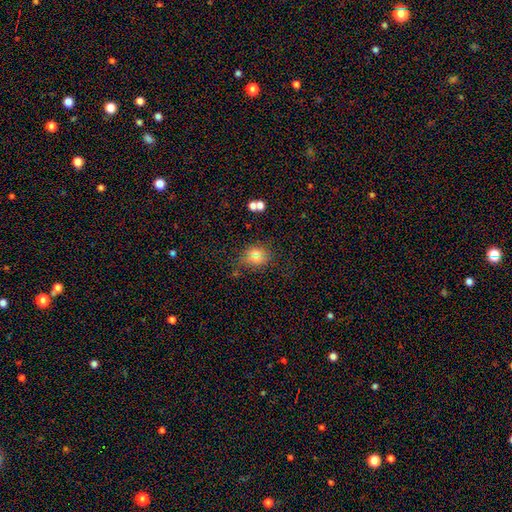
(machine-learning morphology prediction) A smooth galaxy with no disk features (66%) that is round (53%).

Vote fractions:
- Smooth or featured? smooth: 66% / star or artifact: 19% / featured or disk: 14%
- How rounded? round: 53% / in between: 44% / cigar-shaped: 3%
- Merging? none: 67% / minor disturbance: 17% / merger: 9% / major disturbance: 7%